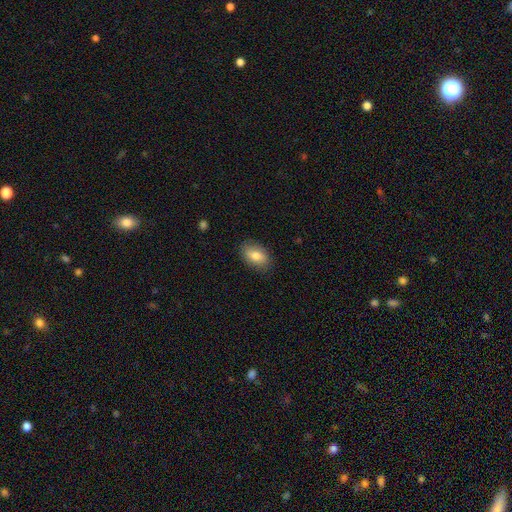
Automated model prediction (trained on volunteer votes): Smooth or featured: smooth — 77% (featured or disk — 16%)
How rounded: in between — 88% (round — 10%)
Merging: none — 86% (minor disturbance — 11%)